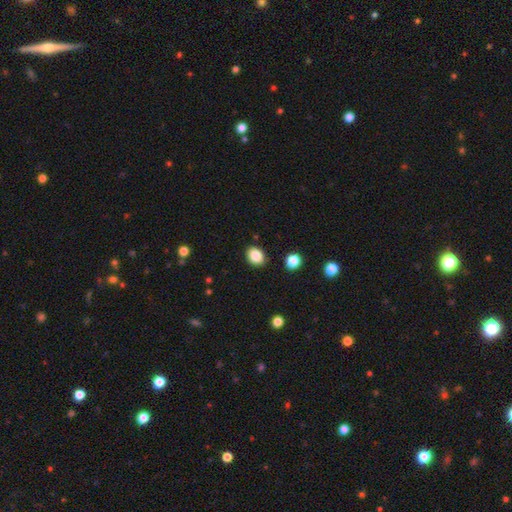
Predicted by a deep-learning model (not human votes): Smooth or featured? Predicted: smooth (p=0.87). How rounded? Predicted: in between (p=0.52). Merging? Predicted: none (p=0.87).